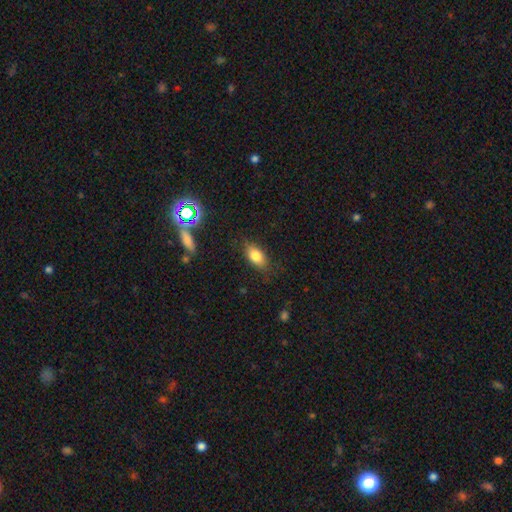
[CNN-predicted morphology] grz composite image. It shows a smooth galaxy with no disk features (80%) that is in between round and cigar-shaped (86%). Merging: none (80%).